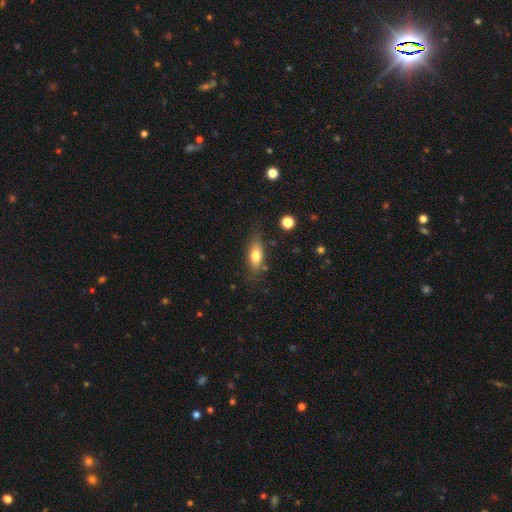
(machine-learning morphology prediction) Q: Smooth or featured?
A: smooth (71%); runner-up: featured or disk (22%)
Q: How rounded?
A: in between (72%); runner-up: cigar-shaped (23%)
Q: Merging?
A: none (72%); runner-up: minor disturbance (19%)